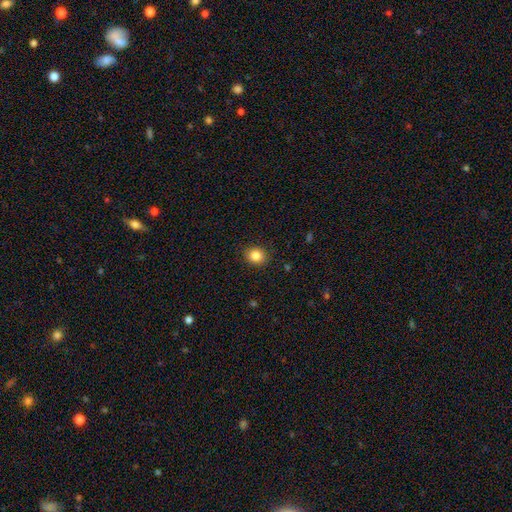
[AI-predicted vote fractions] Smooth or featured: smooth — 85% (star or artifact — 10%)
How rounded: round — 73% (in between — 26%)
Merging: none — 88% (minor disturbance — 8%)